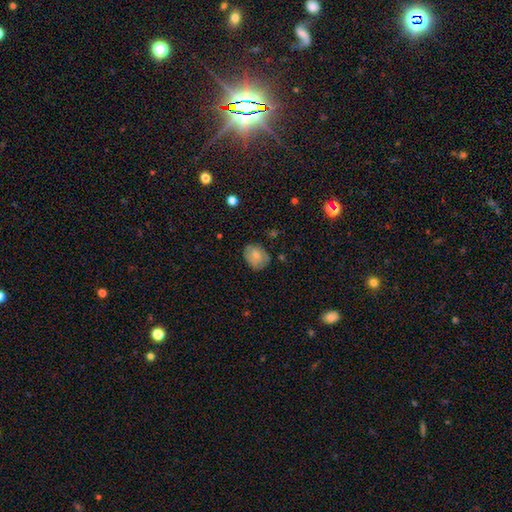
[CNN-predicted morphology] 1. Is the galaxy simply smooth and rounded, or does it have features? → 71% smooth, 20% featured or disk, 8% star or artifact.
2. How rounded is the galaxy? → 51% in between, 48% round, 1% cigar-shaped.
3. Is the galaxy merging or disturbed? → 69% none, 23% minor disturbance, 6% major disturbance, 2% merger.